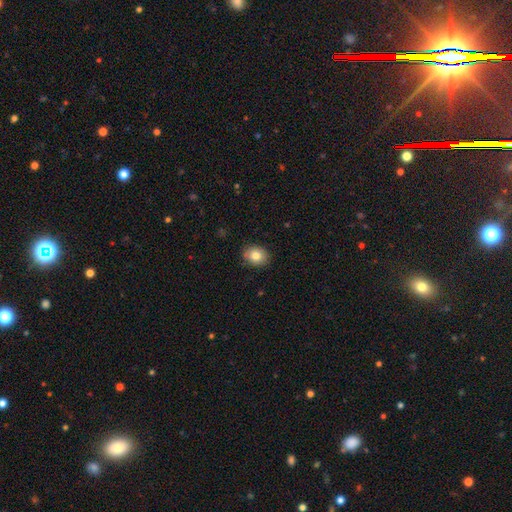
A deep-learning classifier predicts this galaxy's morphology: The model was most divided on "how rounded": round: 52%, in between: 47%, cigar-shaped: 1%. More confident: merging — none (87%); smooth or featured — smooth (83%).